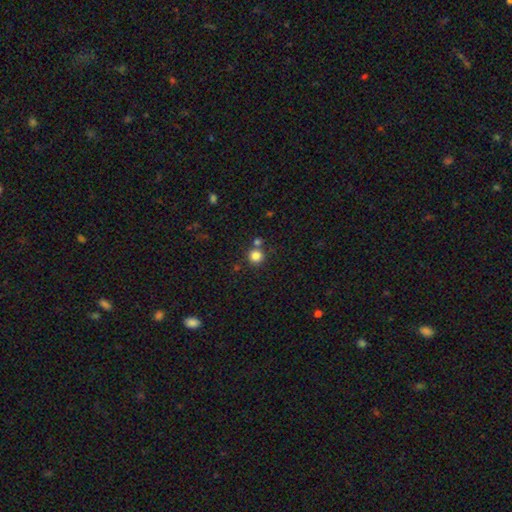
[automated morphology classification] Smooth or featured?
  - smooth: 83% *
  - star or artifact: 12%
  - featured or disk: 5%
How rounded?
  - round: 94% *
  - in between: 5%
  - cigar-shaped: 1%
Merging?
  - none: 76% *
  - merger: 15%
  - minor disturbance: 7%
  - major disturbance: 3%